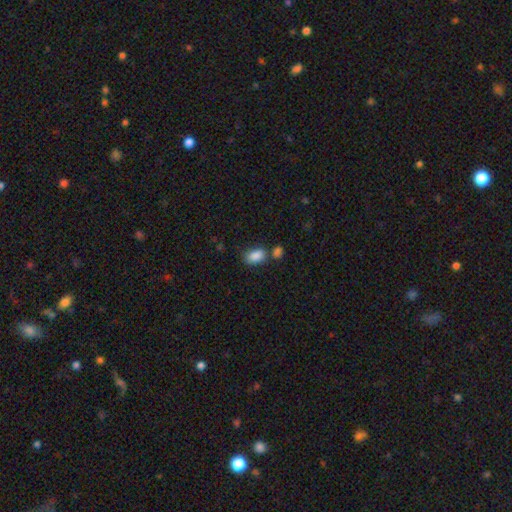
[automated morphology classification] Smooth or featured? smooth (87%)
How rounded? in between (90%)
Merging? none (59%)